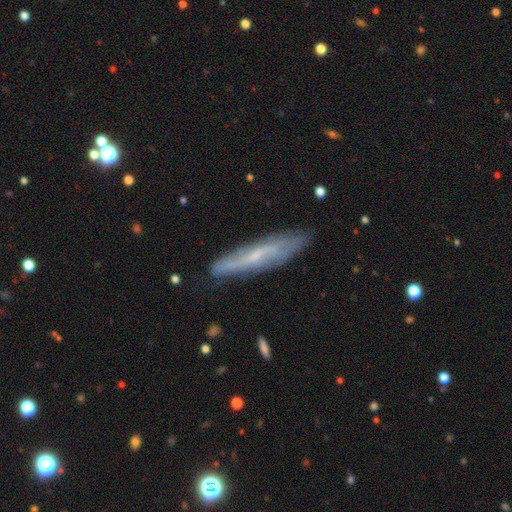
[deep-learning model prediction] smooth-or-featured: featured or disk: 57% | smooth: 35% | star or artifact: 8%
  disk-edge-on: yes: 62% | no: 38%
  merging: none: 81% | minor disturbance: 15% | major disturbance: 3% | merger: 2%